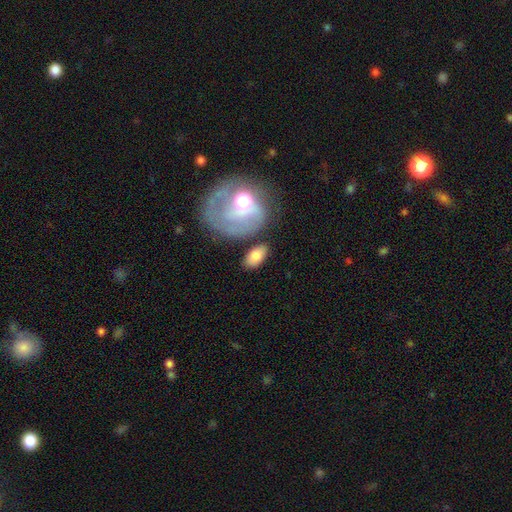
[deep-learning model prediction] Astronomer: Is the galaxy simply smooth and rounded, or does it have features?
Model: smooth — 76%.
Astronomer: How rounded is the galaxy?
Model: in between — 91%.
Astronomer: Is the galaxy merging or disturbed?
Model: none — 75%.